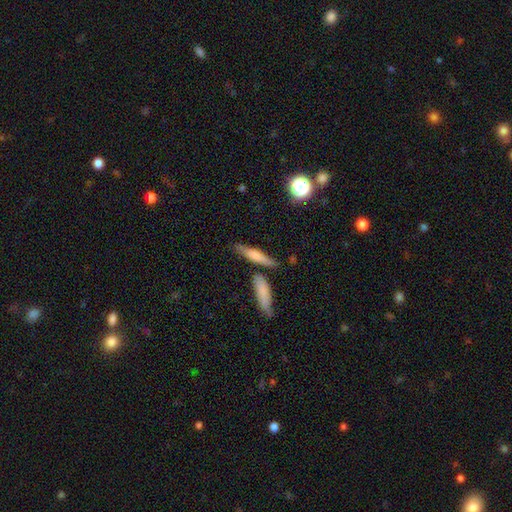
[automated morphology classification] smooth 62%, featured or disk 31%, star or artifact 7%. Down the decision tree: how rounded — cigar-shaped (80%); merging — none (67%).